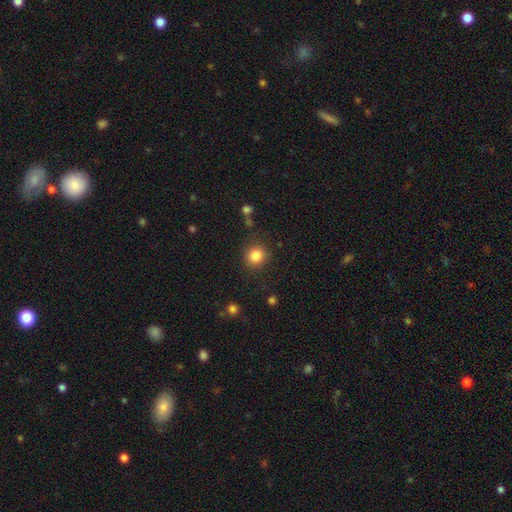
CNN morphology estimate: type=smooth (84%); roundness=round (87%); merging=none (86%).